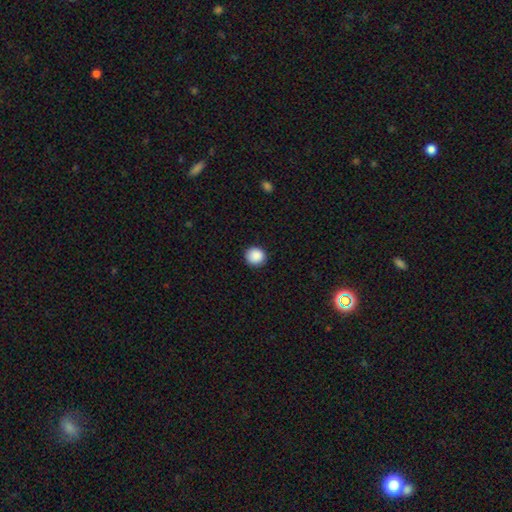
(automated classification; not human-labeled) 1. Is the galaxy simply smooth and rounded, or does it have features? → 89% smooth, 8% star or artifact, 2% featured or disk.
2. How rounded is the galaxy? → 93% round, 6% in between, 1% cigar-shaped.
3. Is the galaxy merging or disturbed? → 91% none, 6% minor disturbance, 2% major disturbance, 1% merger.